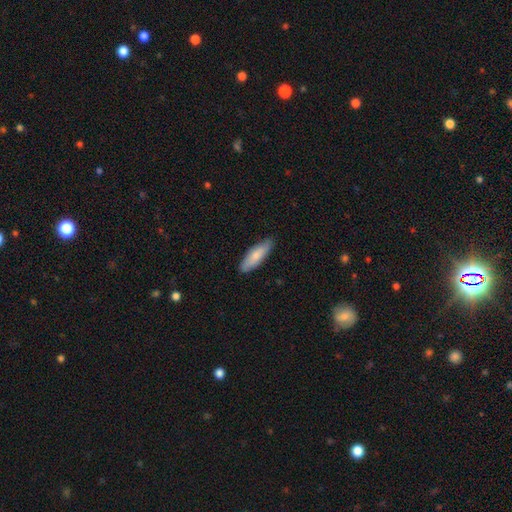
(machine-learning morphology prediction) smooth_or_featured: smooth (p=0.79) [alt: featured or disk p=0.16]
how_rounded: cigar-shaped (p=0.52) [alt: in between p=0.46]
merging: none (p=0.84) [alt: minor disturbance p=0.13]